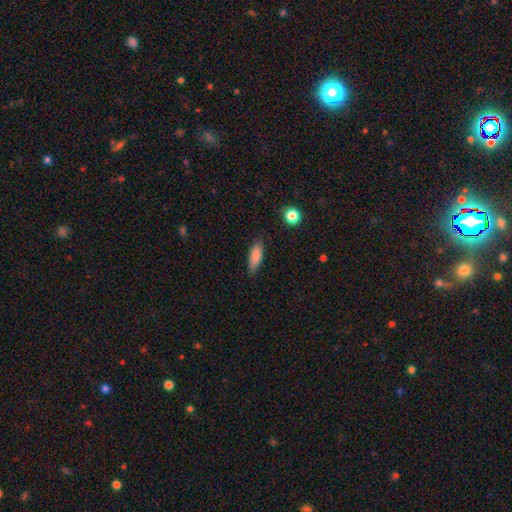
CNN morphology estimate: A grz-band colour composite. It shows a smooth galaxy with no disk features (84%) that is in between round and cigar-shaped (65%). Merging: none (78%).